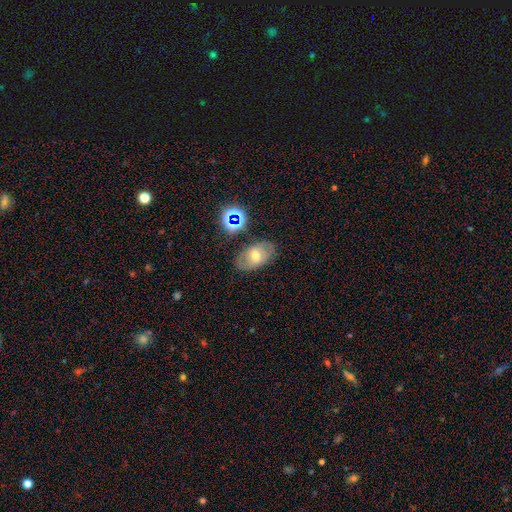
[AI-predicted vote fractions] This appears to be a smooth galaxy with no disk features (48%). Merging: none (77%).